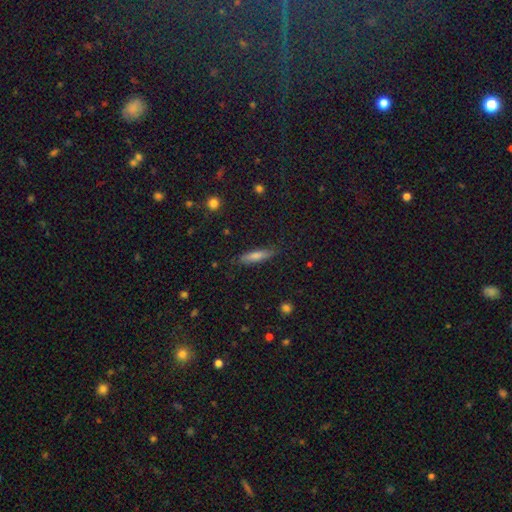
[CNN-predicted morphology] Smooth or featured?
  - smooth: 61% *
  - featured or disk: 30%
  - star or artifact: 10%
How rounded?
  - cigar-shaped: 79% *
  - in between: 19%
  - round: 2%
Merging?
  - none: 85% *
  - minor disturbance: 11%
  - major disturbance: 2%
  - merger: 1%